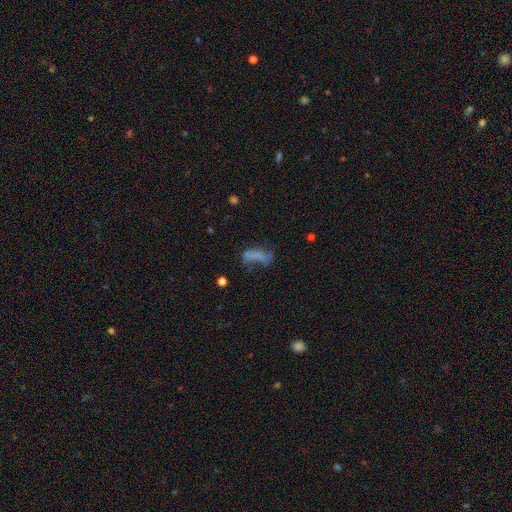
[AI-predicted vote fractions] Morphology: type=smooth (57%); roundness=in between (65%); merging=major disturbance (36%).